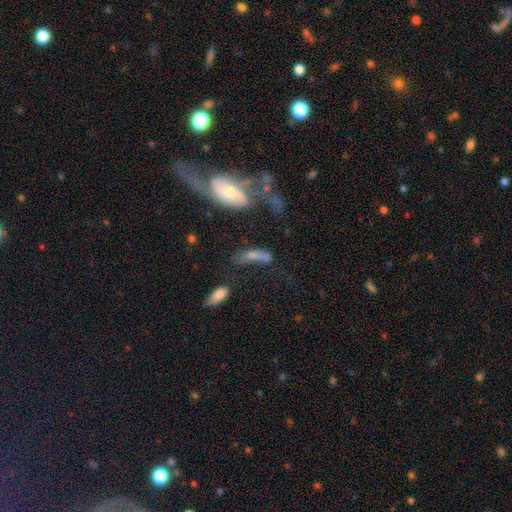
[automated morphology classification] Smooth or featured: smooth — 56% (featured or disk — 31%)
How rounded: in between — 50% (cigar-shaped — 44%)
Merging: merger — 31% (none — 26%)